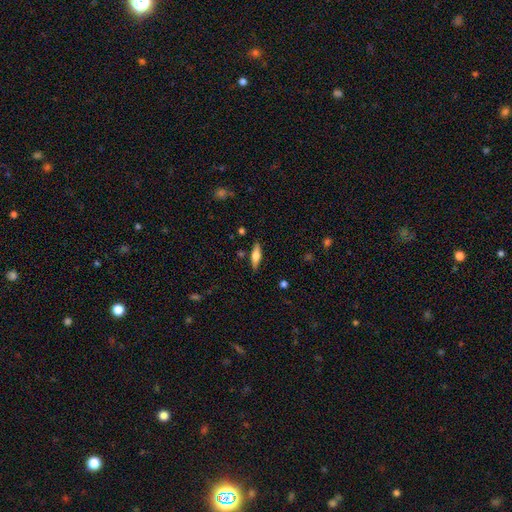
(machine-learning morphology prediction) A smooth galaxy with no disk features (55%) that is cigar-shaped (56%).

Vote fractions:
- Smooth or featured? smooth: 55% / featured or disk: 38% / star or artifact: 7%
- How rounded? cigar-shaped: 56% / in between: 42% / round: 2%
- Merging? none: 85% / minor disturbance: 10% / major disturbance: 2% / merger: 2%